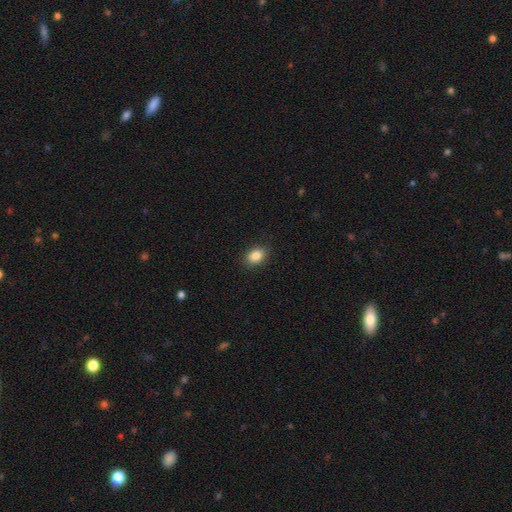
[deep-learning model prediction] This appears to be a smooth galaxy with no disk features (86%) that is in between round and cigar-shaped (78%). Merging: none (88%).